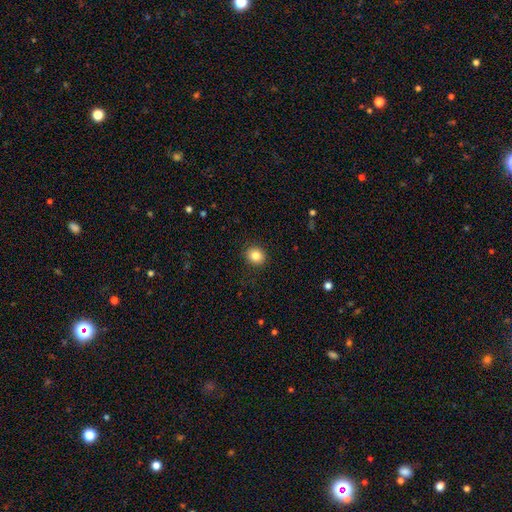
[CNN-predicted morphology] smooth_or_featured: smooth (p=0.84) [alt: star or artifact p=0.10]
how_rounded: round (p=0.80) [alt: in between p=0.19]
merging: none (p=0.91) [alt: minor disturbance p=0.06]